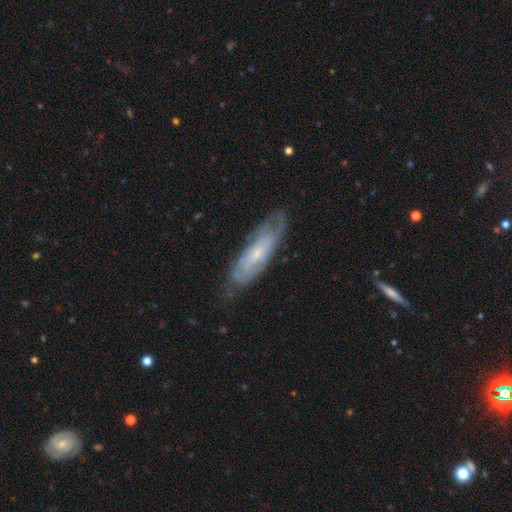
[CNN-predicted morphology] featured or disk 66%, smooth 25%, star or artifact 9%. Down the decision tree: edge-on disk — no (69%); merging — none (77%).